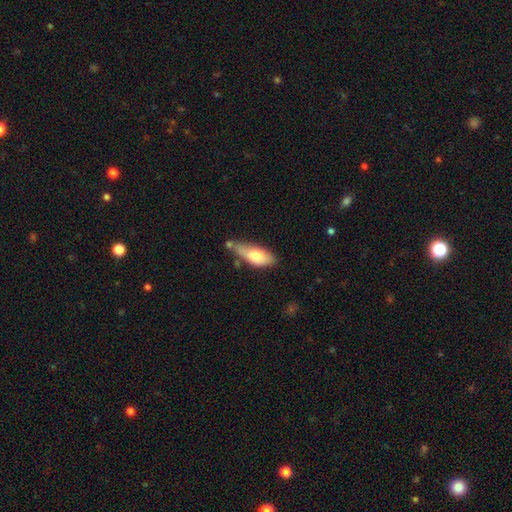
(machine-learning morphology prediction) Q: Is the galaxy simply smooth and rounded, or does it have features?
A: smooth — 73%.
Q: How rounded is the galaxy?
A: in between — 75%.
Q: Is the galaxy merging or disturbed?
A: none — 40%.